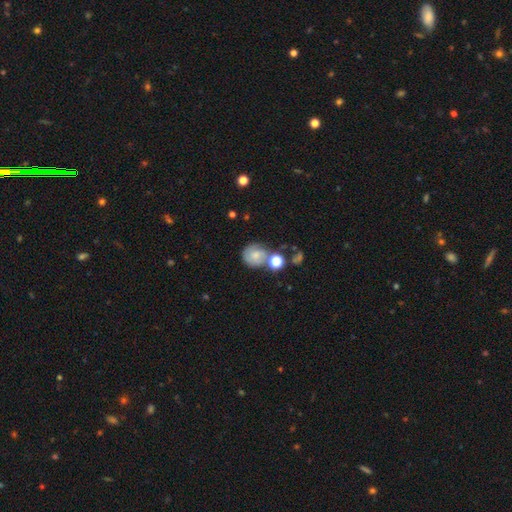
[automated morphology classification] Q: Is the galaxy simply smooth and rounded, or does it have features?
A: smooth — 52%.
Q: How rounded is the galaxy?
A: round — 76%.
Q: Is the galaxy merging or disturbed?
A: none — 46%.